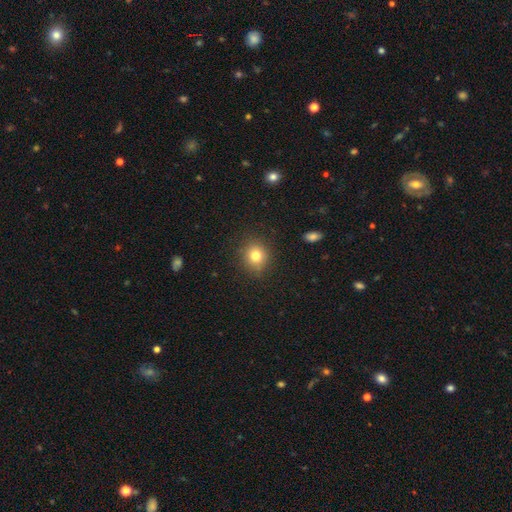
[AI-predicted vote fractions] smooth 79%, star or artifact 12%, featured or disk 8%. Down the decision tree: how rounded — round (80%); merging — none (87%).